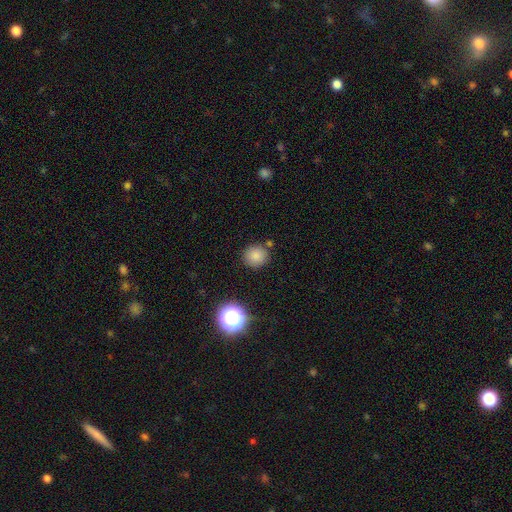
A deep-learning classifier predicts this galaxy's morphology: smooth 81%, star or artifact 13%, featured or disk 6%. Down the decision tree: how rounded — round (90%); merging — none (84%).